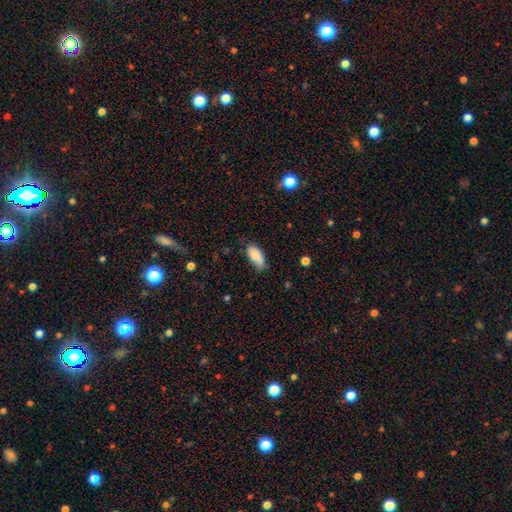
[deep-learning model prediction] Morphology: type=smooth (84%); roundness=in between (89%); merging=none (60%).